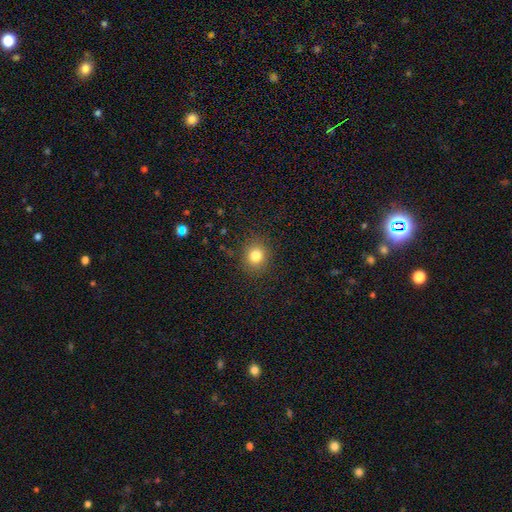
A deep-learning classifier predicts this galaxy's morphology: Smooth or featured? Predicted: smooth (p=0.81). How rounded? Predicted: round (p=0.80). Merging? Predicted: none (p=0.88).